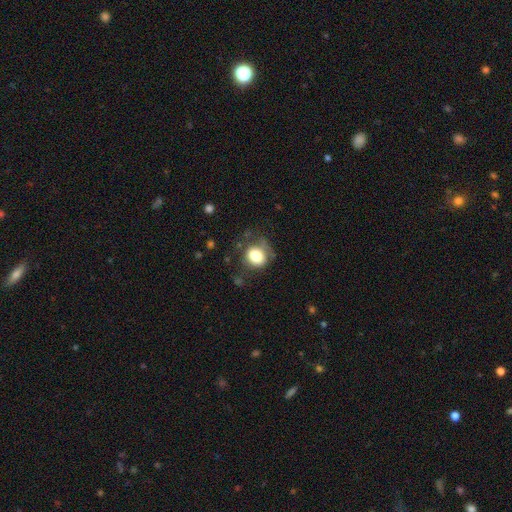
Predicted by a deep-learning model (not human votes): Smooth or featured?
  - smooth: 80% *
  - featured or disk: 10%
  - star or artifact: 10%
How rounded?
  - round: 73% *
  - in between: 26%
  - cigar-shaped: 1%
Merging?
  - none: 60% *
  - minor disturbance: 25%
  - major disturbance: 12%
  - merger: 3%